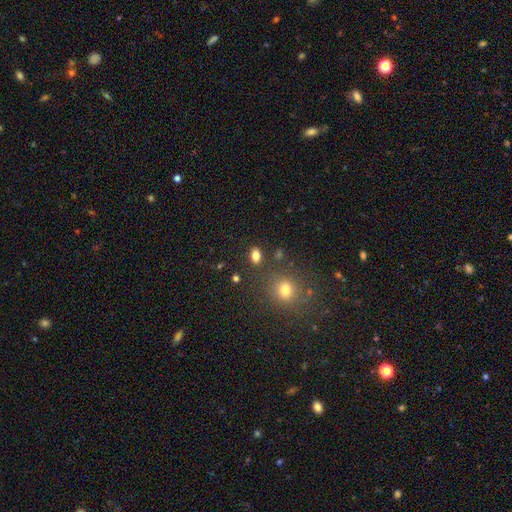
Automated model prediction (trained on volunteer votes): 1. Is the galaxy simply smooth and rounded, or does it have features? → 82% smooth, 12% star or artifact, 6% featured or disk.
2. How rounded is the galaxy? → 83% in between, 15% round, 2% cigar-shaped.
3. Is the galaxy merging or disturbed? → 82% none, 10% minor disturbance, 5% merger, 3% major disturbance.